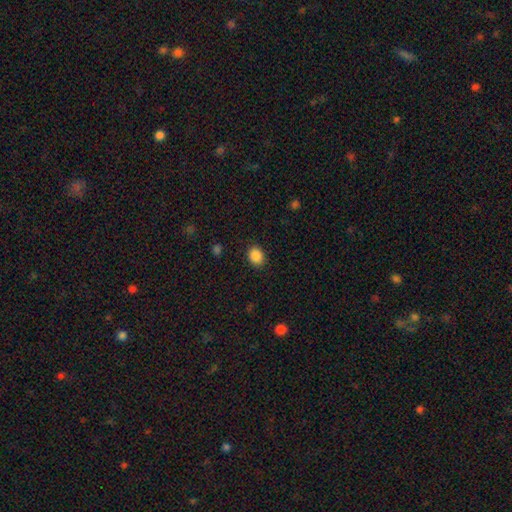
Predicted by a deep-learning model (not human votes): Smooth or featured? smooth (88%)
How rounded? in between (53%)
Merging? none (88%)